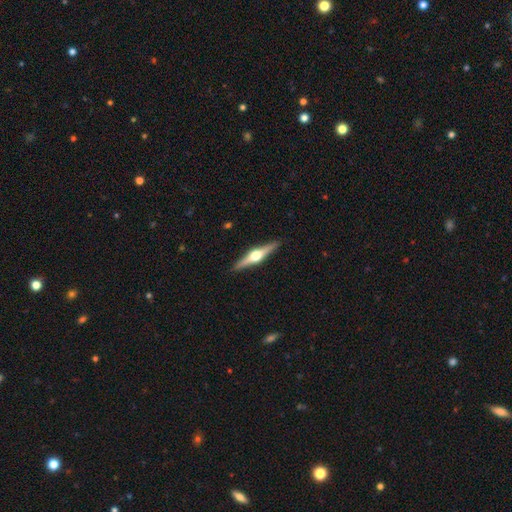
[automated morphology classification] Overall: featured or disk (78%). Edge-on disk: yes (98%). Edge-on bulge: rounded (96%). Merging: none (92%).